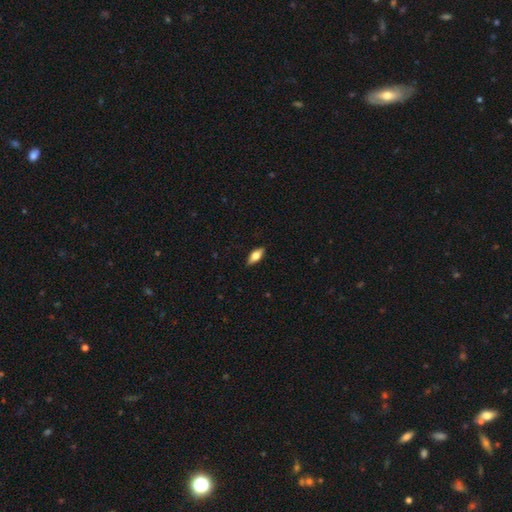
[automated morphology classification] A smooth galaxy with no disk features (61%) that is in between round and cigar-shaped (75%). Merging: none (88%).